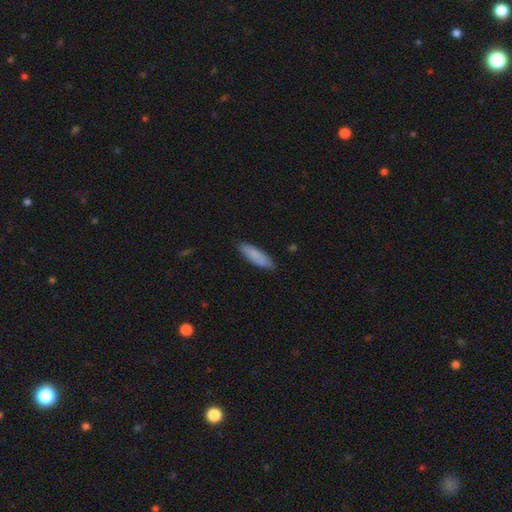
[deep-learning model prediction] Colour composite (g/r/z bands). It shows a smooth galaxy with no disk features (86%) that is cigar-shaped (59%). Merging: none (86%).